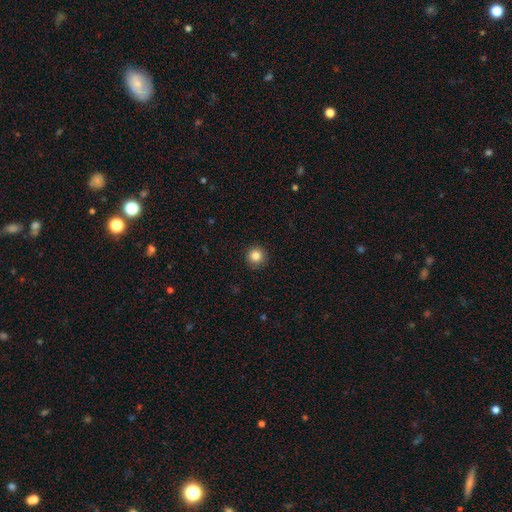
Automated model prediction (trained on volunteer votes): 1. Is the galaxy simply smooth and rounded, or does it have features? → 85% smooth, 10% star or artifact, 5% featured or disk.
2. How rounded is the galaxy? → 95% round, 4% in between, 1% cigar-shaped.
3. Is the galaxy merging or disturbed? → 92% none, 6% minor disturbance, 2% major disturbance, 1% merger.